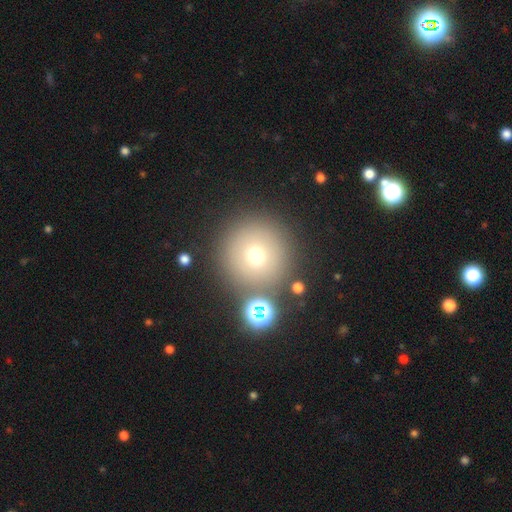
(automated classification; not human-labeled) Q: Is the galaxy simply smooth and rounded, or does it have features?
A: smooth — 64%.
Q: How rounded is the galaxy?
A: round — 96%.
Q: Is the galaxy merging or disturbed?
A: none — 83%.